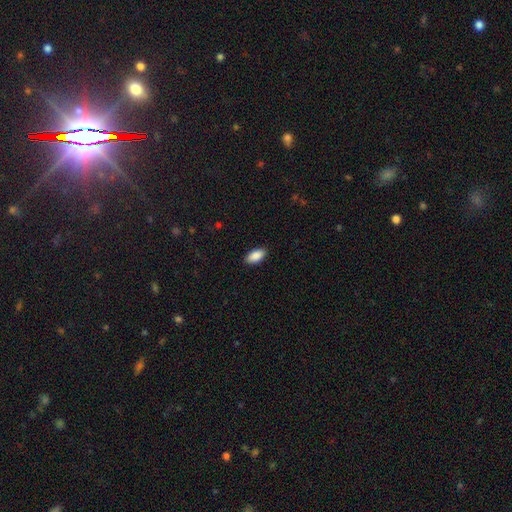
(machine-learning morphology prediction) smooth_or_featured: smooth (p=0.89) [alt: star or artifact p=0.06]
how_rounded: in between (p=0.93) [alt: cigar-shaped p=0.05]
merging: none (p=0.89) [alt: minor disturbance p=0.08]